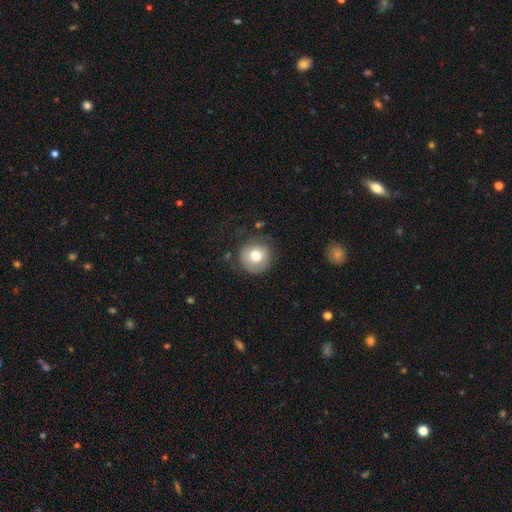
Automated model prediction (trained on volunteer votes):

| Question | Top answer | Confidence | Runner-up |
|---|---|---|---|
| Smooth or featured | smooth | 73% | featured or disk (18%) |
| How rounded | round | 92% | in between (7%) |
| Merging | none | 72% | minor disturbance (18%) |